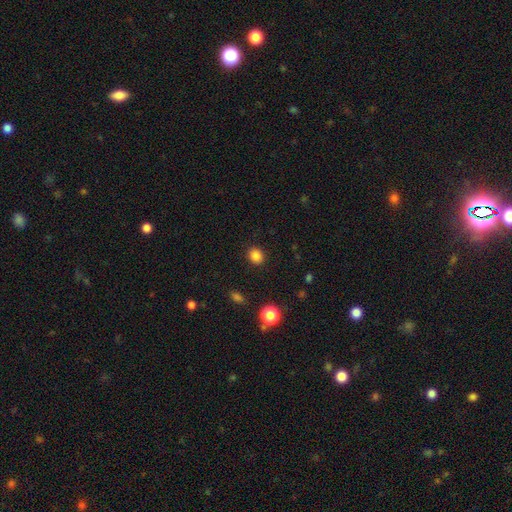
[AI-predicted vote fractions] Smooth or featured? Predicted: smooth (p=0.84). How rounded? Predicted: round (p=0.72). Merging? Predicted: none (p=0.90).